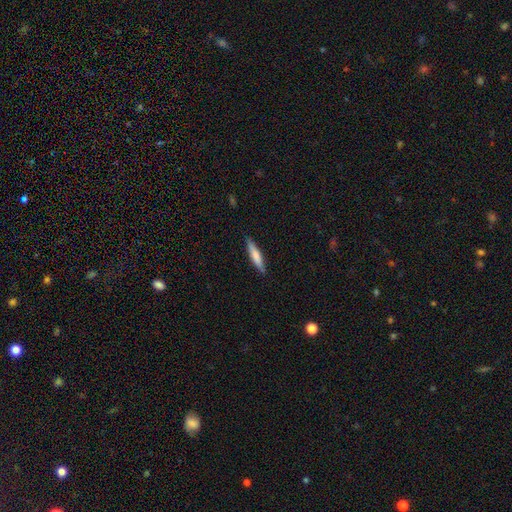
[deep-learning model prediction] smooth 68%, featured or disk 27%, star or artifact 5%. Down the decision tree: how rounded — cigar-shaped (89%); merging — none (88%).